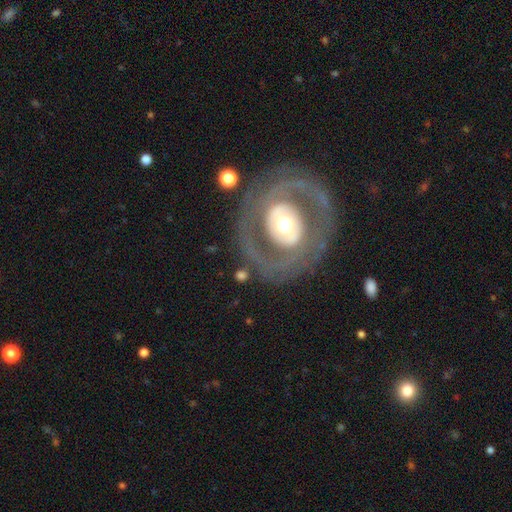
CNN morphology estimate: Smooth or featured? featured or disk (78%)
Edge-on disk? no (96%)
Bar? no (51%)
Spiral arms? yes (61%)
Bulge size? moderate (56%)
Merging? none (77%)